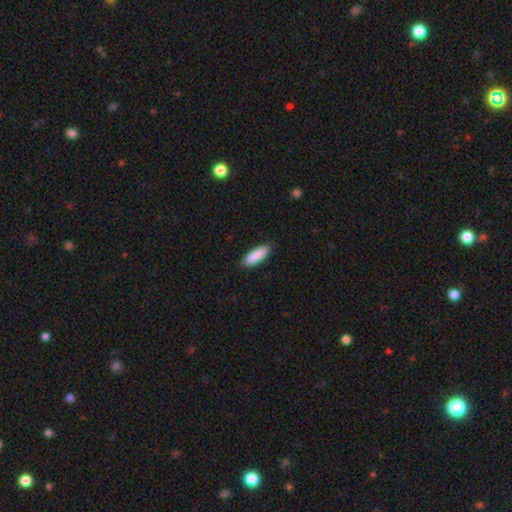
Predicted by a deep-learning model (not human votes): Smooth or featured? Predicted: smooth (p=0.89). How rounded? Predicted: in between (p=0.54). Merging? Predicted: none (p=0.88).